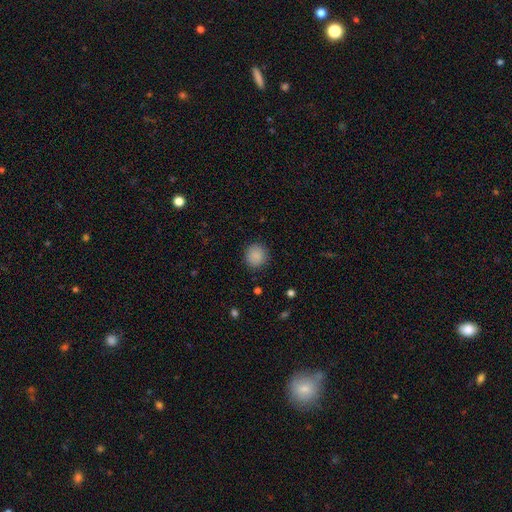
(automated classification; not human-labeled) Smooth or featured: smooth — 88% (star or artifact — 9%)
How rounded: round — 88% (in between — 11%)
Merging: none — 89% (minor disturbance — 8%)